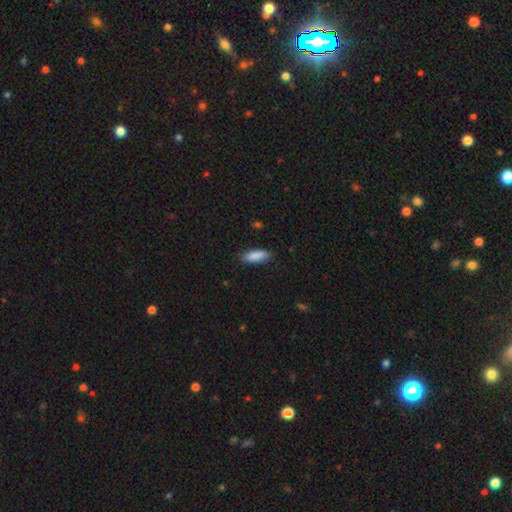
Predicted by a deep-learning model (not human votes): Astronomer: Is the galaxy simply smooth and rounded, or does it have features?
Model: smooth — 88%.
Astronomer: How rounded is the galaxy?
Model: in between — 60% (runner-up: cigar-shaped, 39%).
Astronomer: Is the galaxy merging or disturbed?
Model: none — 85%.